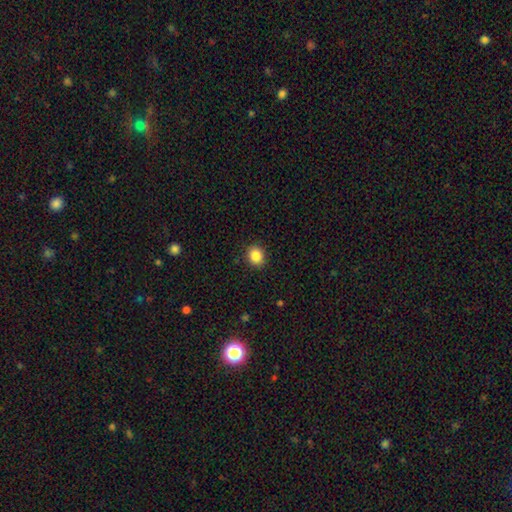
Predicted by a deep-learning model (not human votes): Q: Smooth or featured?
A: smooth (87%); runner-up: star or artifact (10%)
Q: How rounded?
A: round (67%); runner-up: in between (32%)
Q: Merging?
A: none (90%); runner-up: minor disturbance (7%)